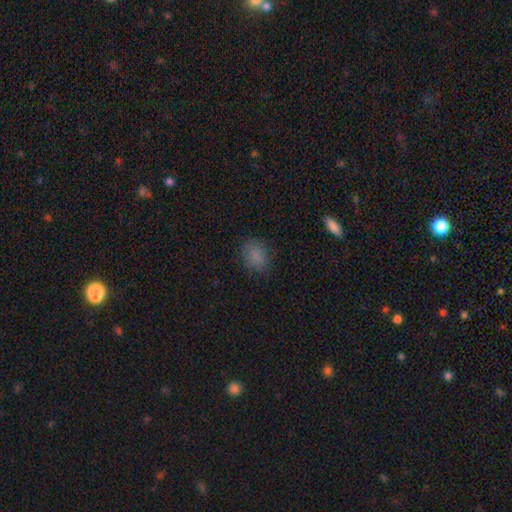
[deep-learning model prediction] The model was most divided on "how rounded": in between: 59%, round: 39%, cigar-shaped: 2%. More confident: smooth or featured — smooth (82%); merging — none (81%).